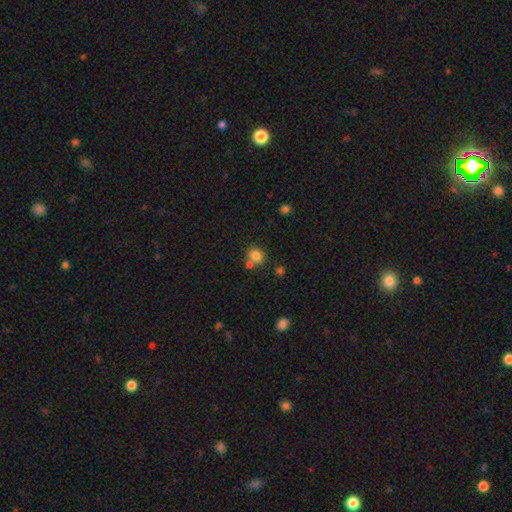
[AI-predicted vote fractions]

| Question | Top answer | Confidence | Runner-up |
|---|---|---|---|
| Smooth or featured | smooth | 81% | star or artifact (12%) |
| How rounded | round | 67% | in between (33%) |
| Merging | none | 60% | merger (25%) |